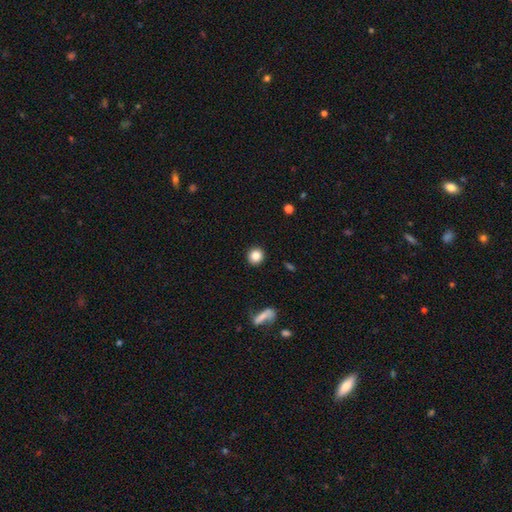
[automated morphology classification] smooth-or-featured: smooth: 86% | star or artifact: 9% | featured or disk: 5%
  how-rounded: round: 90% | in between: 9% | cigar-shaped: 1%
  merging: none: 91% | minor disturbance: 6% | major disturbance: 2% | merger: 1%